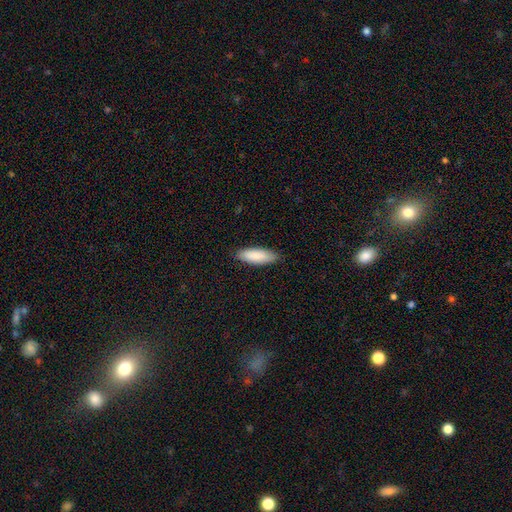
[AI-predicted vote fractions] Smooth or featured? Predicted: smooth (p=0.89). How rounded? Predicted: in between (p=0.63). Merging? Predicted: none (p=0.88).